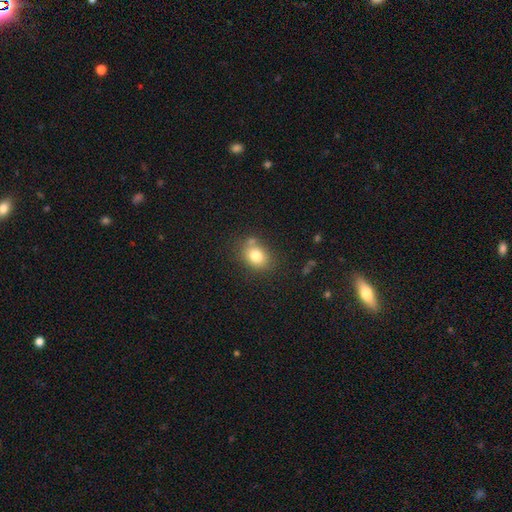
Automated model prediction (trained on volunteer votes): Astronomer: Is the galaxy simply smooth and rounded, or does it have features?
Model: smooth — 80%.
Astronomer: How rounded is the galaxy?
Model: in between — 60% (runner-up: round, 39%).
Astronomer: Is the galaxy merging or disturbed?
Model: none — 68%.